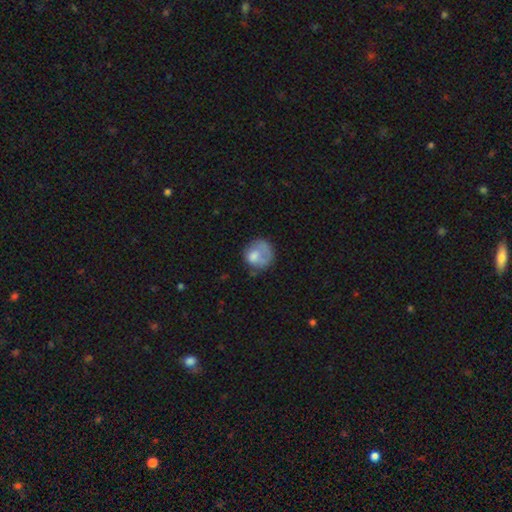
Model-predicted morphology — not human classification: smooth_or_featured: smooth (p=0.65) [alt: featured or disk p=0.27]
how_rounded: round (p=0.74) [alt: in between p=0.25]
merging: none (p=0.43) [alt: minor disturbance p=0.26]